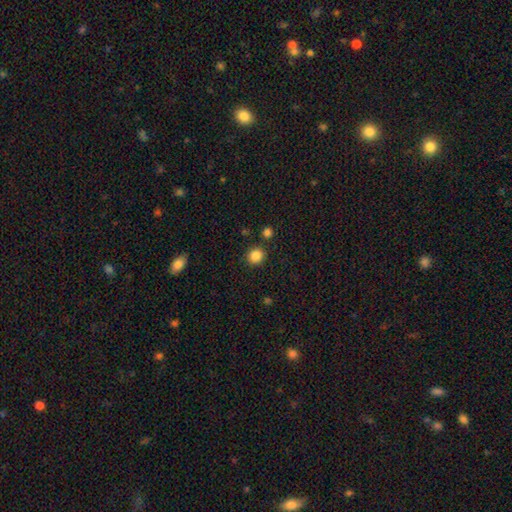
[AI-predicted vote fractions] smooth_or_featured: smooth (p=0.85) [alt: star or artifact p=0.11]
how_rounded: round (p=0.89) [alt: in between p=0.10]
merging: none (p=0.87) [alt: minor disturbance p=0.07]